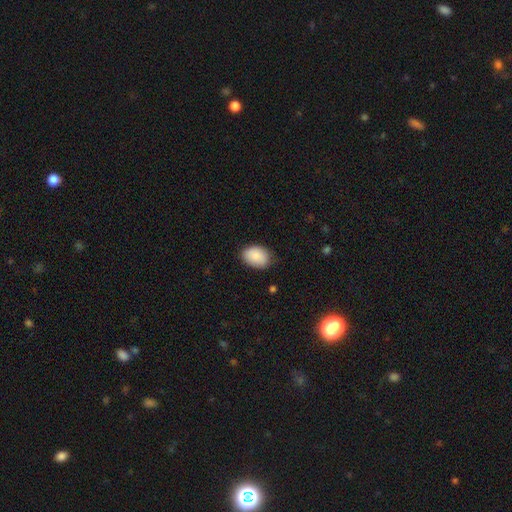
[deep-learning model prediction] Q: Smooth or featured?
A: smooth (88%); runner-up: star or artifact (7%)
Q: How rounded?
A: in between (79%); runner-up: round (20%)
Q: Merging?
A: none (79%); runner-up: minor disturbance (17%)